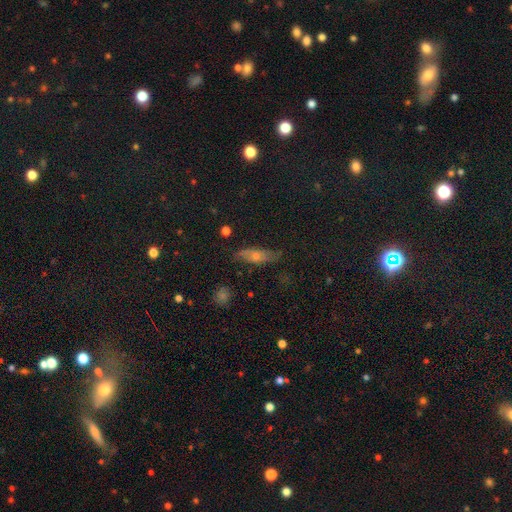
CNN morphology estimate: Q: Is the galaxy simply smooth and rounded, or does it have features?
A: smooth — 41%.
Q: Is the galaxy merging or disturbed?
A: none — 74%.